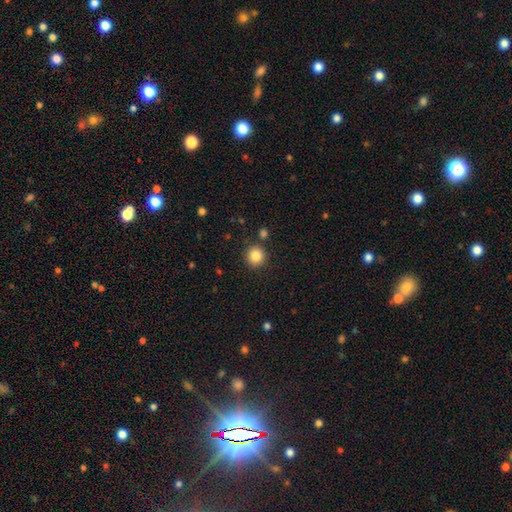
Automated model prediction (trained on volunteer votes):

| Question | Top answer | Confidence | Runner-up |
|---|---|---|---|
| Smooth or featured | smooth | 85% | star or artifact (11%) |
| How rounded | round | 92% | in between (7%) |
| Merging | none | 87% | minor disturbance (7%) |